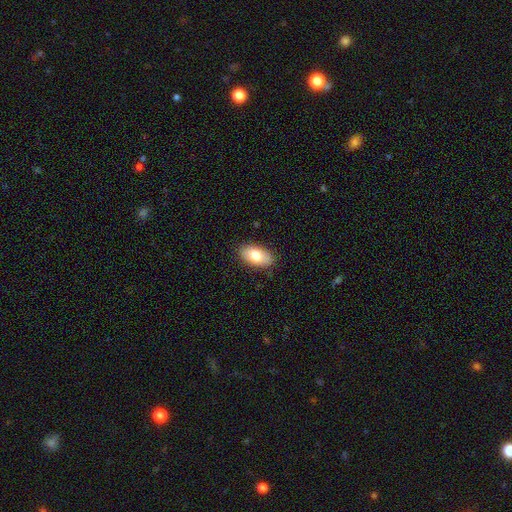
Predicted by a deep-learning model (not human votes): Smooth or featured? smooth (77%)
How rounded? in between (94%)
Merging? none (86%)